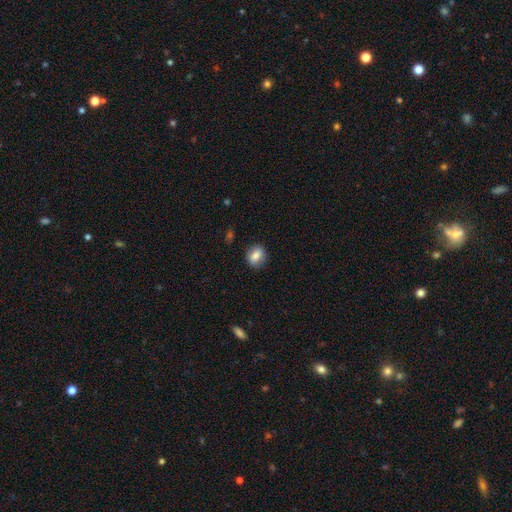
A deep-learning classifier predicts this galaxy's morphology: smooth-or-featured: smooth: 80% | featured or disk: 12% | star or artifact: 8%
  how-rounded: round: 64% | in between: 35% | cigar-shaped: 1%
  merging: none: 86% | minor disturbance: 10% | major disturbance: 3% | merger: 1%